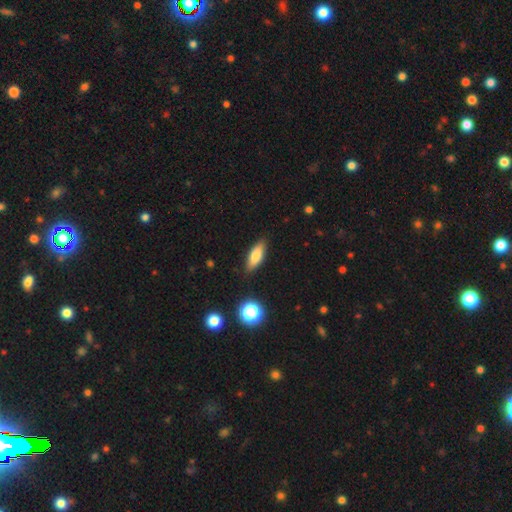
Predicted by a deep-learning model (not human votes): This appears to be a smooth galaxy with no disk features (77%) that is in between round and cigar-shaped (64%). Merging: none (85%).